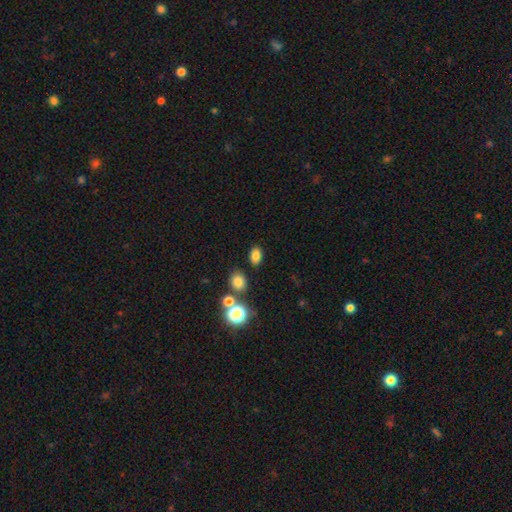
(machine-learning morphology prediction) Smooth or featured? smooth (80%)
How rounded? in between (77%)
Merging? none (82%)